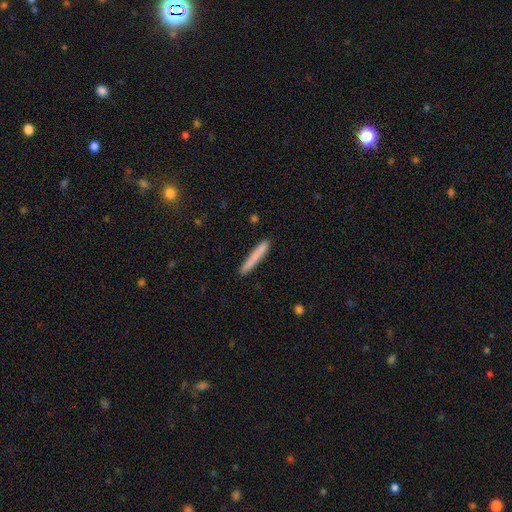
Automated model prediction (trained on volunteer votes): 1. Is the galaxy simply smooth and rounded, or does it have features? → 78% smooth, 16% featured or disk, 6% star or artifact.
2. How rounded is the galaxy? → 96% cigar-shaped, 3% in between, 1% round.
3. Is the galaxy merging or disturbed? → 89% none, 8% minor disturbance, 2% major disturbance, 1% merger.